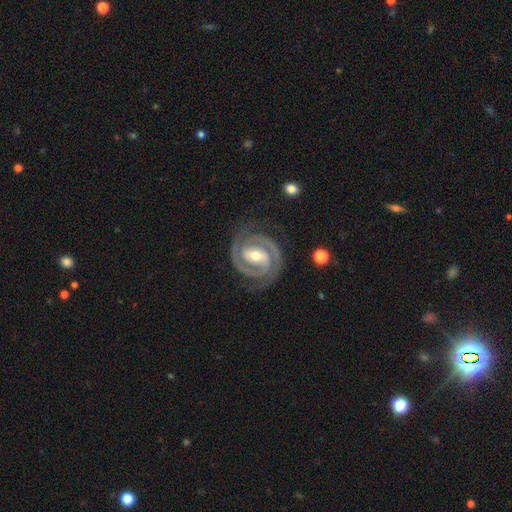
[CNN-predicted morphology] Smooth or featured?
  - featured or disk: 93% *
  - star or artifact: 3%
  - smooth: 3%
Edge-on disk?
  - no: 98% *
  - yes: 2%
Bar?
  - strong: 51% *
  - weak: 33%
  - no: 16%
Spiral arms?
  - yes: 98% *
  - no: 2%
Spiral winding?
  - tight: 73% *
  - medium: 25%
  - loose: 3%
Spiral arm count?
  - 2: 93% *
  - 3: 2%
  - can't tell: 2%
  - 1: 1%
  - 4: 1%
  - more than 4: 1%
Bulge size?
  - moderate: 62% *
  - small: 33%
  - large: 3%
  - none: 1%
  - dominant: 1%
Merging?
  - none: 85% *
  - minor disturbance: 11%
  - major disturbance: 3%
  - merger: 1%